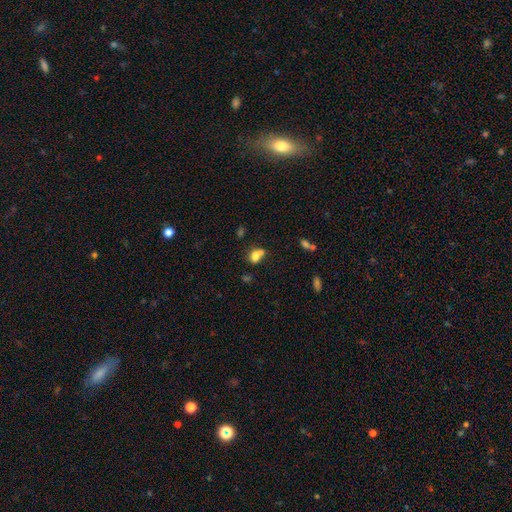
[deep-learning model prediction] Overall: smooth (76%). How rounded: round (50%; in between 49%). Merging: merger (43%; none 35%).